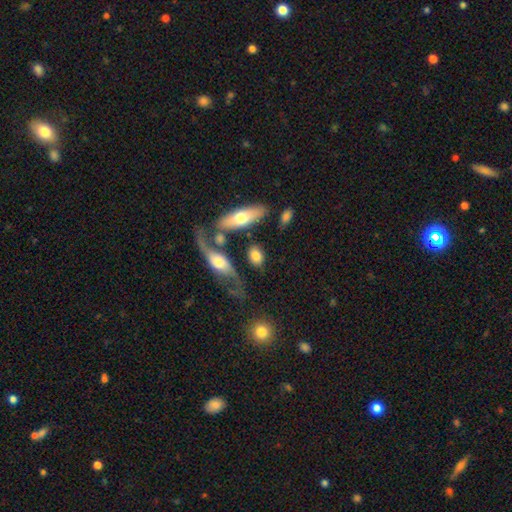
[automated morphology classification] This appears to be a smooth galaxy with no disk features (71%) that is in between round and cigar-shaped (71%). Merging: none (57%).